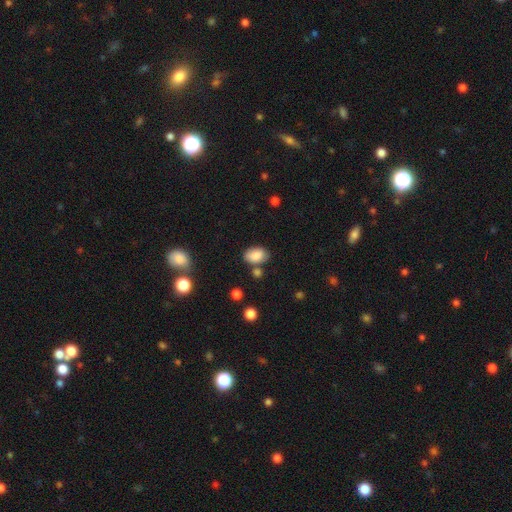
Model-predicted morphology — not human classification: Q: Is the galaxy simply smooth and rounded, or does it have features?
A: smooth — 84%.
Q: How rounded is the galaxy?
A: in between — 86%.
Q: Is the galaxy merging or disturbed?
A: none — 74%.